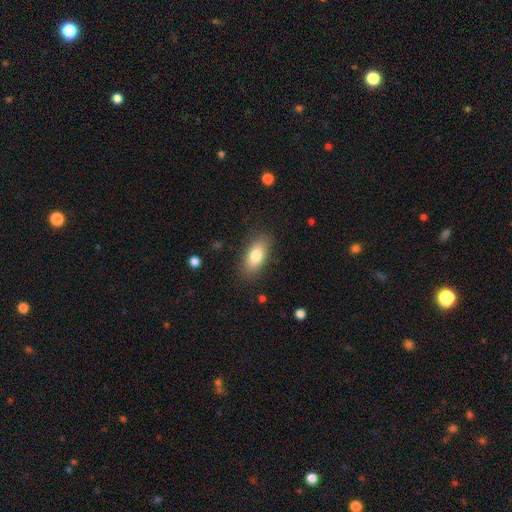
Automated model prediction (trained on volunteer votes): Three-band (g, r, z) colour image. It shows a smooth galaxy with no disk features (78%) that is in between round and cigar-shaped (88%). Merging: none (85%).